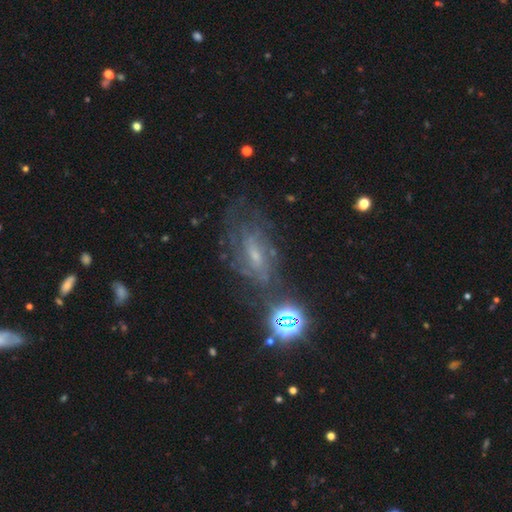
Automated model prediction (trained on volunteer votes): A featured or disk galaxy (64%) with a weak bar (47%), spiral arms (80%) and a small central bulge (66%). Merging: none (63%).